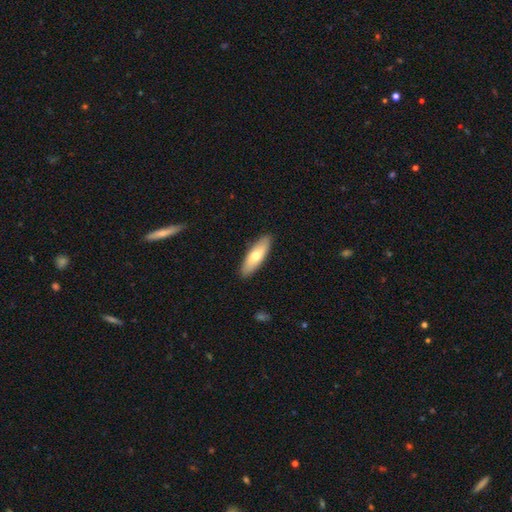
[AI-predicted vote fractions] smooth-or-featured: smooth: 69% | featured or disk: 26% | star or artifact: 5%
  how-rounded: in between: 51% | cigar-shaped: 47% | round: 2%
  merging: none: 89% | minor disturbance: 8% | major disturbance: 2% | merger: 1%